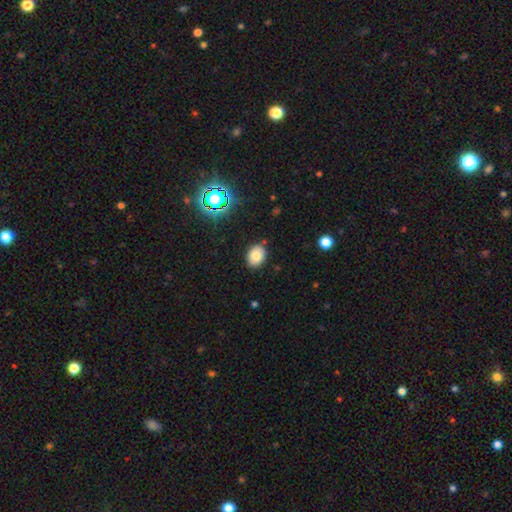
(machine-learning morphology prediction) smooth_or_featured: smooth (p=0.78) [alt: star or artifact p=0.12]
how_rounded: in between (p=0.65) [alt: round p=0.34]
merging: none (p=0.85) [alt: minor disturbance p=0.11]